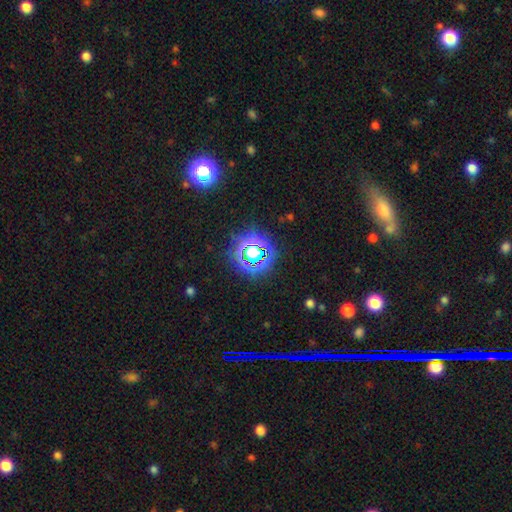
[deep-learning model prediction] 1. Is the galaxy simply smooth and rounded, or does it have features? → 66% star or artifact, 23% smooth, 11% featured or disk.